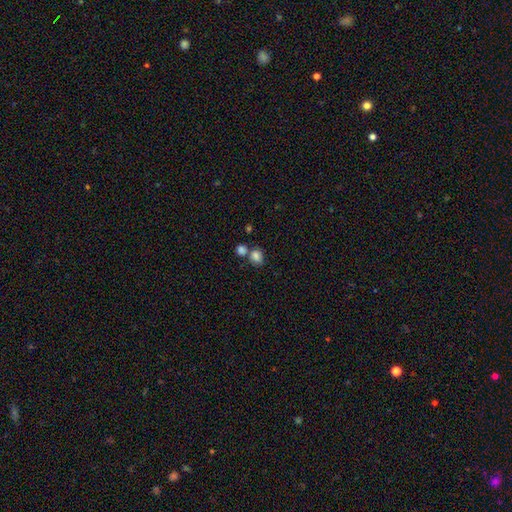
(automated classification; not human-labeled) The model was most divided on "merging": none: 48%, merger: 36%, minor disturbance: 11%, major disturbance: 5%. More confident: smooth or featured — smooth (82%); how rounded — round (57%).